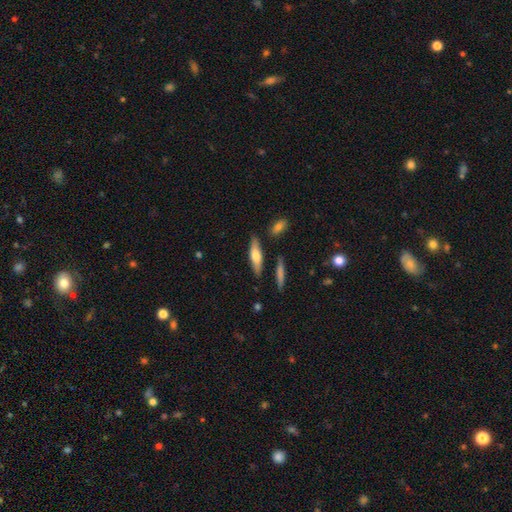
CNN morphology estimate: This appears to be a smooth galaxy with no disk features (60%) that is cigar-shaped (63%). Merging: none (80%).